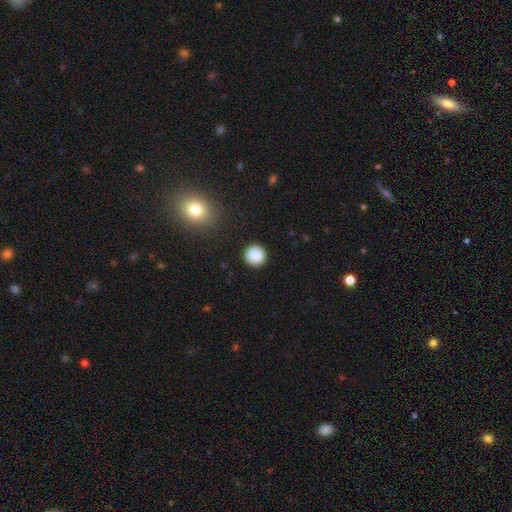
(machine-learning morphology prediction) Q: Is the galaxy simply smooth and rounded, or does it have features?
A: smooth — 86%.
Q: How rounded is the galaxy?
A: round — 94%.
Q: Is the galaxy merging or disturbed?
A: none — 91%.